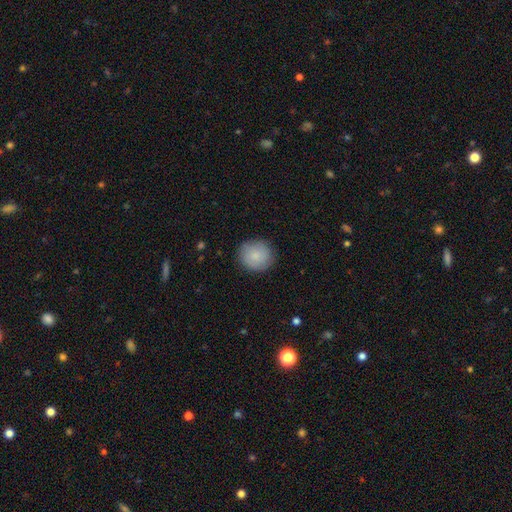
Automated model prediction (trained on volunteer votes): Overall: smooth (86%). How rounded: round (91%). Merging: none (88%).